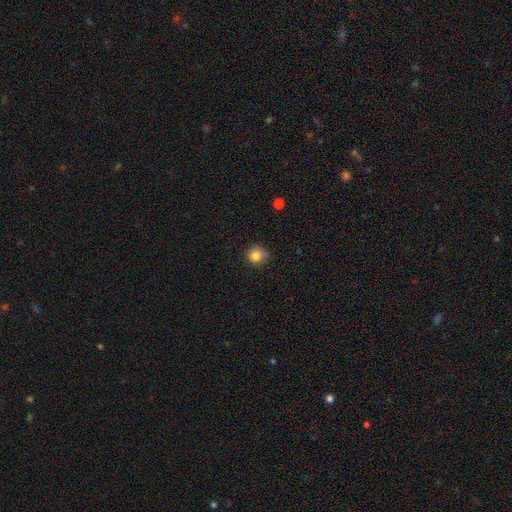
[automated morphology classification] Smooth or featured? Predicted: smooth (p=0.84). How rounded? Predicted: round (p=0.92). Merging? Predicted: none (p=0.77).